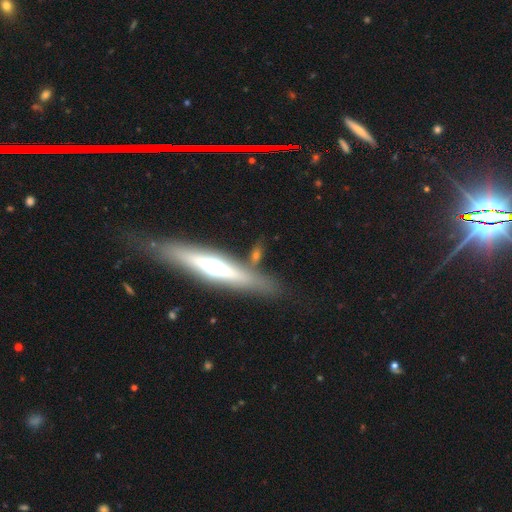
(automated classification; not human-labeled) This is likely a featured or disk galaxy (60%). It is clearly viewed edge-on (89%). Edge-on bulge: clearly rounded (90%). Merging: likely none (78%).